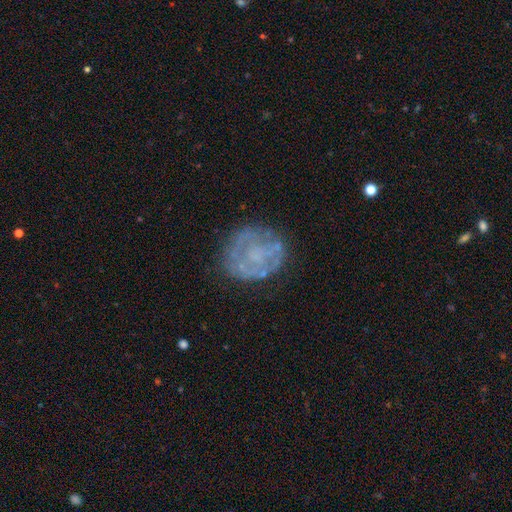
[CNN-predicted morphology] A featured or disk galaxy (68%) with no bar (84%), no spiral arms (56%) and no central bulge (57%).

Vote fractions:
- Smooth or featured? featured or disk: 68% / smooth: 23% / star or artifact: 9%
- Edge-on disk? no: 98% / yes: 2%
- Bar? no: 84% / weak: 13% / strong: 3%
- Spiral arms? no: 56% / yes: 44%
- Bulge size? none: 57% / small: 24% / moderate: 15% / large: 3% / dominant: 1%
- Merging? none: 70% / minor disturbance: 18% / major disturbance: 10% / merger: 2%